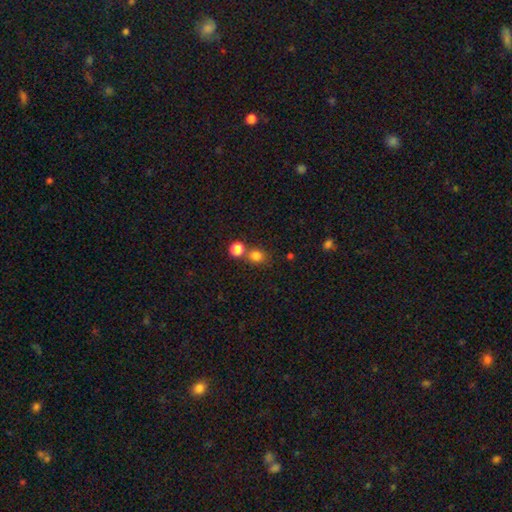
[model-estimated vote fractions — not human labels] Morphology: type=smooth (81%); roundness=round (72%); merging=none (63%).